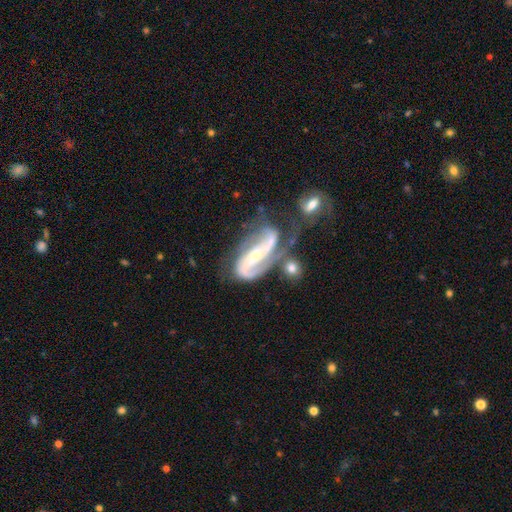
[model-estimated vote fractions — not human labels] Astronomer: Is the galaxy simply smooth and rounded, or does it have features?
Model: featured or disk — 88%.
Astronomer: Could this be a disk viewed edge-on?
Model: no — 95%.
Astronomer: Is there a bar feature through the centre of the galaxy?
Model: strong — 47% (runner-up: weak, 30%).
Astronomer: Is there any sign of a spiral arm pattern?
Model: yes — 97%.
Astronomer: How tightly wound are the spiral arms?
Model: medium — 48% (runner-up: loose, 31%).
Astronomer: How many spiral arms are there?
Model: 2 — 87%.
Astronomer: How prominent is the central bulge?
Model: small — 56% (runner-up: moderate, 35%).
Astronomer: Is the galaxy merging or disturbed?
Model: none — 38% (runner-up: merger, 28%).